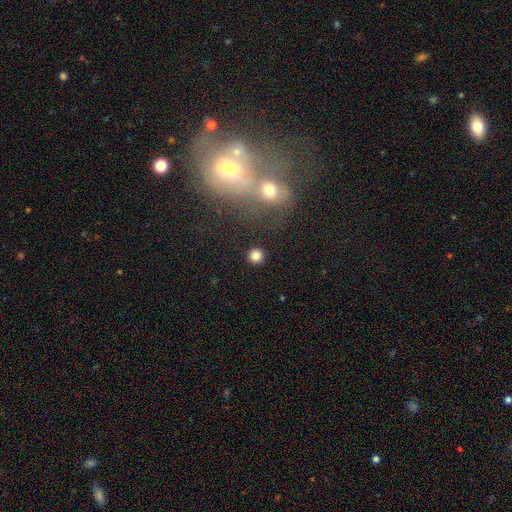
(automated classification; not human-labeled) smooth-or-featured: smooth: 82% | star or artifact: 13% | featured or disk: 5%
  how-rounded: round: 93% | in between: 6% | cigar-shaped: 1%
  merging: none: 89% | minor disturbance: 5% | merger: 3% | major disturbance: 3%